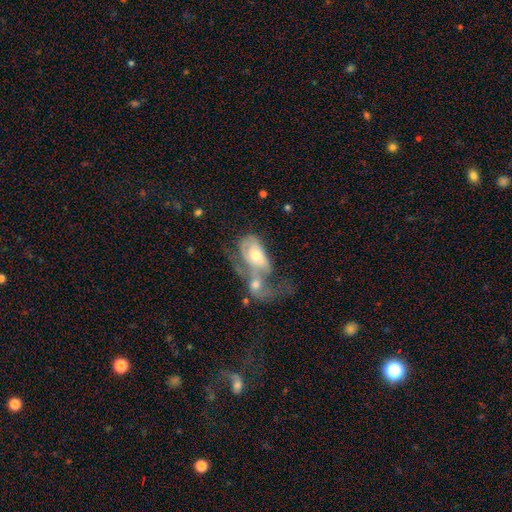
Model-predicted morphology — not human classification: Smooth or featured? featured or disk (54%)
Edge-on disk? no (94%)
Bar? no (76%)
Spiral arms? yes (51%)
Bulge size? moderate (69%)
Merging? merger (67%)